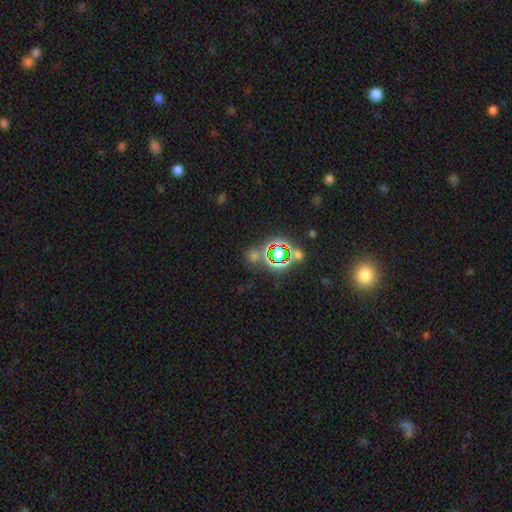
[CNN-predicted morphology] smooth_or_featured: star or artifact (p=0.69) [alt: smooth p=0.23]